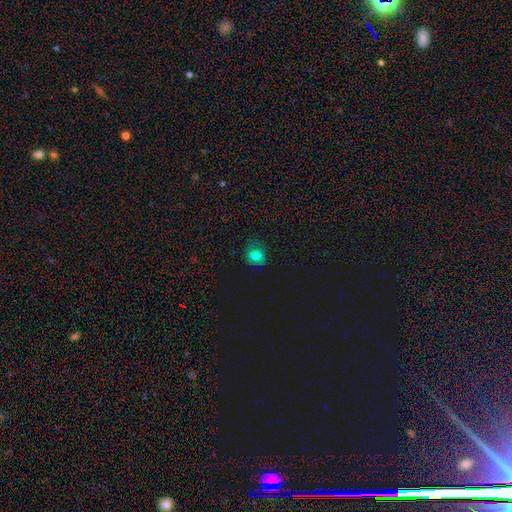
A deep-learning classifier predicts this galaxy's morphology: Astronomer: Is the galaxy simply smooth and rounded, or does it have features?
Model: smooth — 69%.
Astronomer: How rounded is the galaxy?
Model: round — 65%.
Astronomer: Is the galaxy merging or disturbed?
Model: none — 56%.